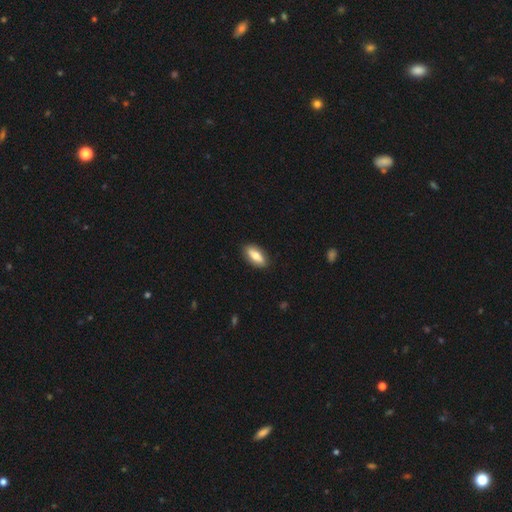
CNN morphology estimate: This is likely a smooth galaxy (68%). How rounded: likely in between (80%). Merging: clearly none (88%).